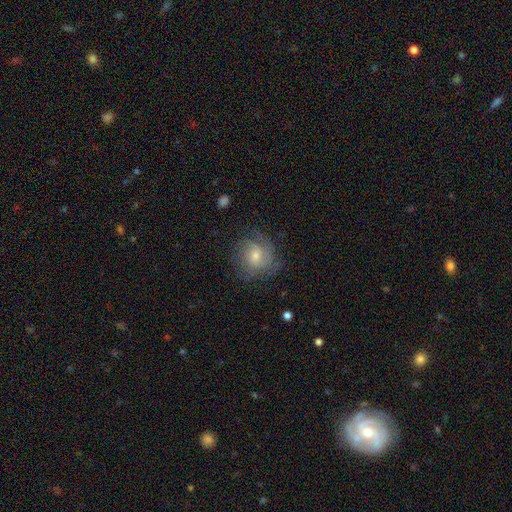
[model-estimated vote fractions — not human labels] Morphology: type=featured or disk (60%); edge-on=no (97%); bar=no (63%); spiral arms=yes (86%); bulge=moderate (48%); merging=none (69%).